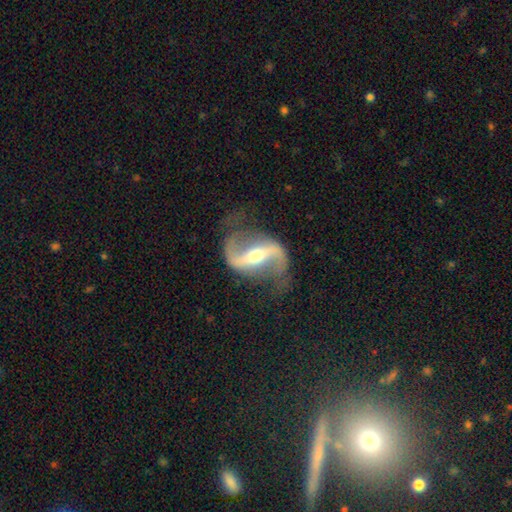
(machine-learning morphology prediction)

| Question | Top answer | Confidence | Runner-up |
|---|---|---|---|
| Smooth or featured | featured or disk | 91% | star or artifact (5%) |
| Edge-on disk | no | 95% | yes (5%) |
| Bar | strong | 65% | weak (25%) |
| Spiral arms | yes | 97% | no (3%) |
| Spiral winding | loose | 67% | medium (27%) |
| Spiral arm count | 2 | 94% | 1 (2%) |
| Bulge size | moderate | 59% | small (30%) |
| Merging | none | 74% | minor disturbance (15%) |